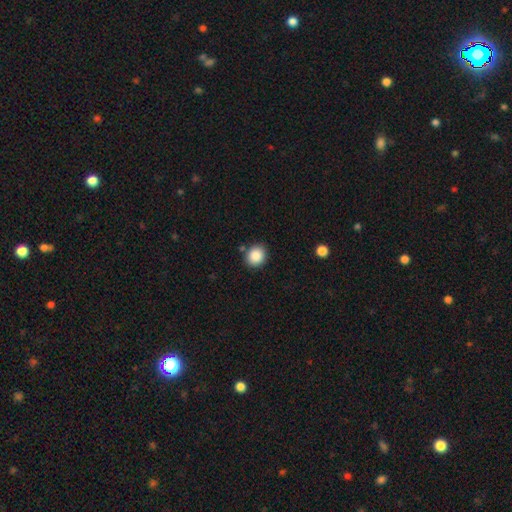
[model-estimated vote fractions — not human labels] Smooth or featured? Predicted: smooth (p=0.88). How rounded? Predicted: round (p=0.75). Merging? Predicted: none (p=0.83).